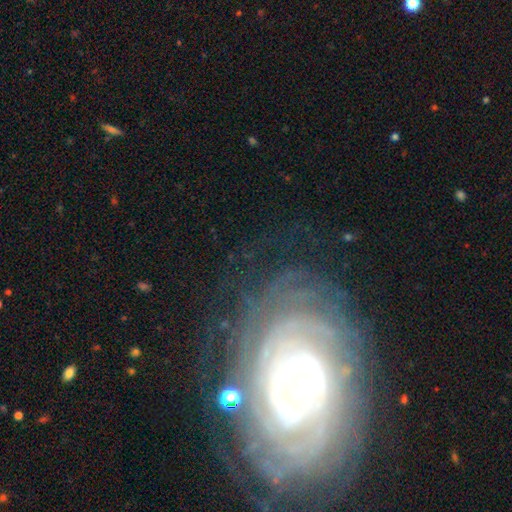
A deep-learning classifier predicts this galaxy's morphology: A featured or disk galaxy (85%) with no bar (65%), tight (81%) spiral arms (95%) and a moderate central bulge (52%). Merging: none (72%).